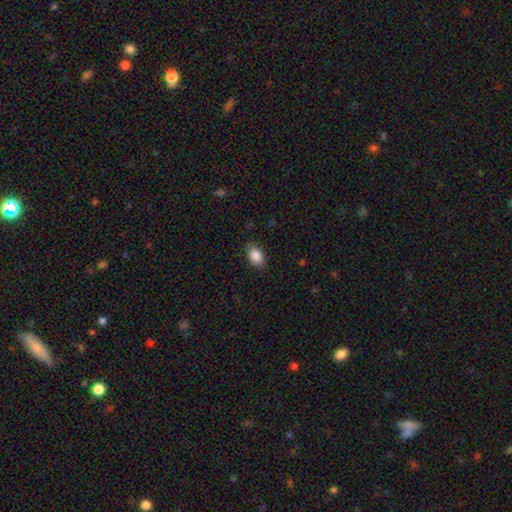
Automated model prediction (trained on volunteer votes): Smooth or featured? Predicted: smooth (p=0.88). How rounded? Predicted: in between (p=0.87). Merging? Predicted: none (p=0.85).